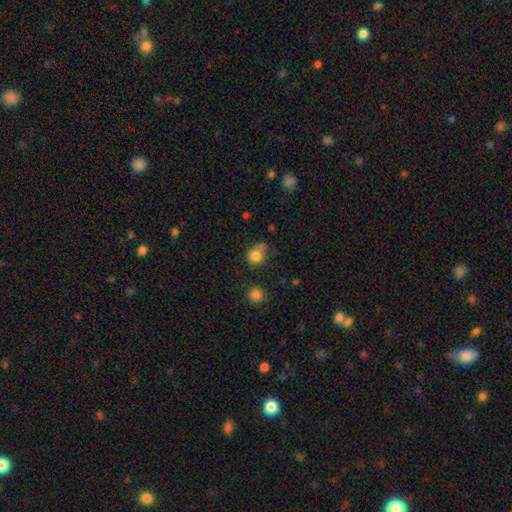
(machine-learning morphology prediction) Q: Smooth or featured?
A: smooth (81%); runner-up: star or artifact (12%)
Q: How rounded?
A: round (79%); runner-up: in between (20%)
Q: Merging?
A: none (55%); runner-up: minor disturbance (22%)